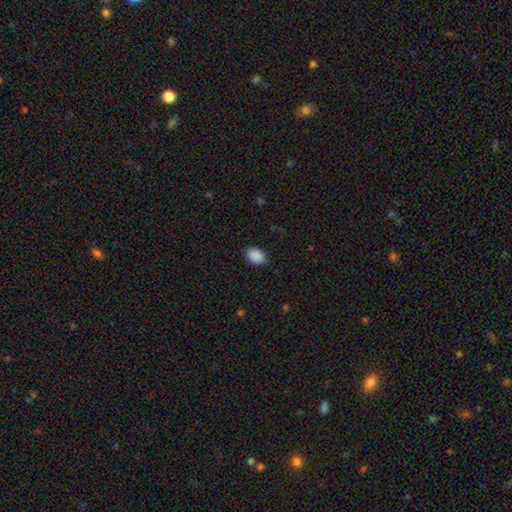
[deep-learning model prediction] Smooth or featured? smooth (90%)
How rounded? in between (79%)
Merging? none (84%)